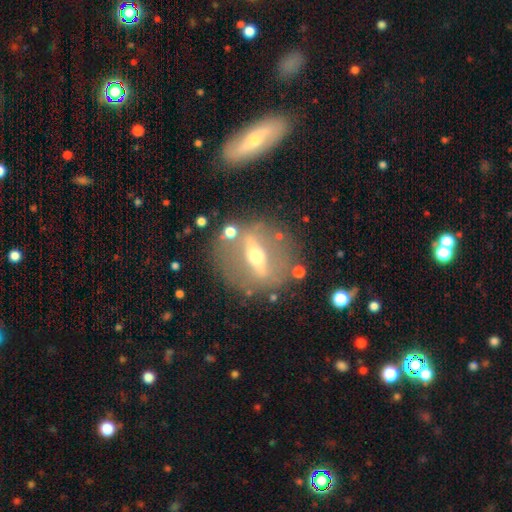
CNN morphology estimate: Smooth or featured? featured or disk (74%)
Edge-on disk? yes (54%)
Merging? none (78%)